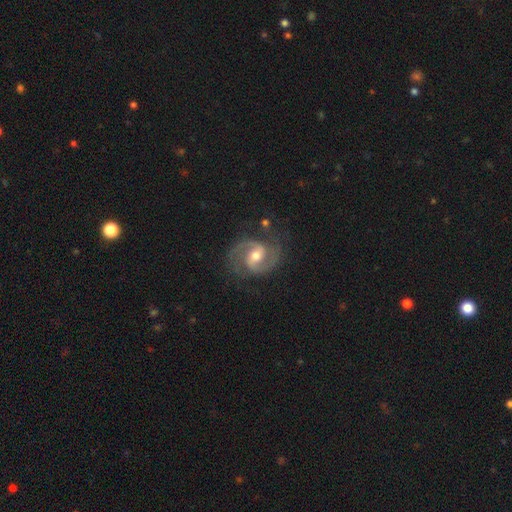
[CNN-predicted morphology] smooth_or_featured: featured or disk (p=0.91) [alt: star or artifact p=0.05]
disk_edge_on: no (p=0.98) [alt: yes p=0.02]
bar: weak (p=0.51) [alt: no p=0.27]
has_spiral_arms: yes (p=0.98) [alt: no p=0.02]
spiral_winding: medium (p=0.62) [alt: tight p=0.23]
spiral_arm_count: 2 (p=0.93) [alt: can't tell p=0.02]
bulge_size: moderate (p=0.68) [alt: small p=0.26]
merging: none (p=0.80) [alt: minor disturbance p=0.14]